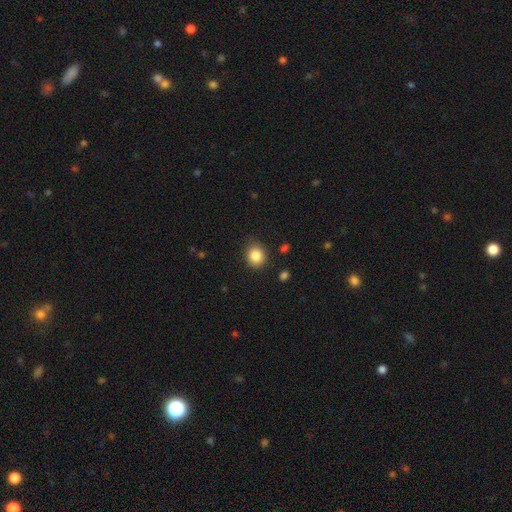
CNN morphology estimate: The model was most divided on "how rounded": round: 78%, in between: 21%, cigar-shaped: 1%. More confident: smooth or featured — smooth (85%); merging — none (85%).